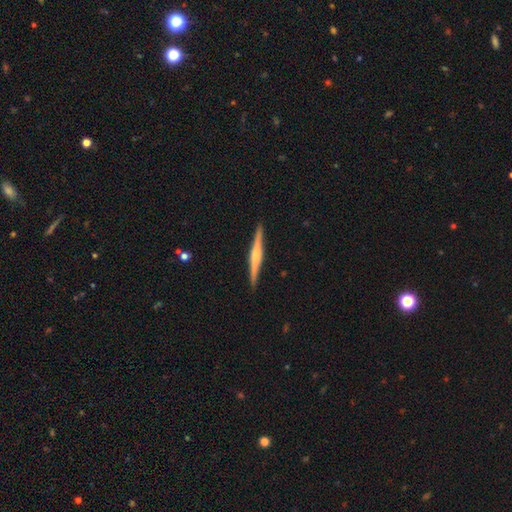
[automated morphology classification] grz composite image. It shows a featured or disk galaxy (72%) viewed edge-on (98%) with a rounded central bulge (76%). Merging: none (92%).